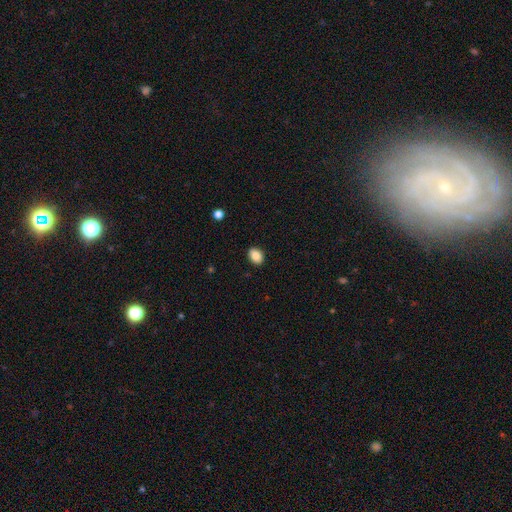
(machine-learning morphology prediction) Smooth or featured: smooth — 86% (star or artifact — 8%)
How rounded: in between — 68% (round — 31%)
Merging: none — 89% (minor disturbance — 8%)